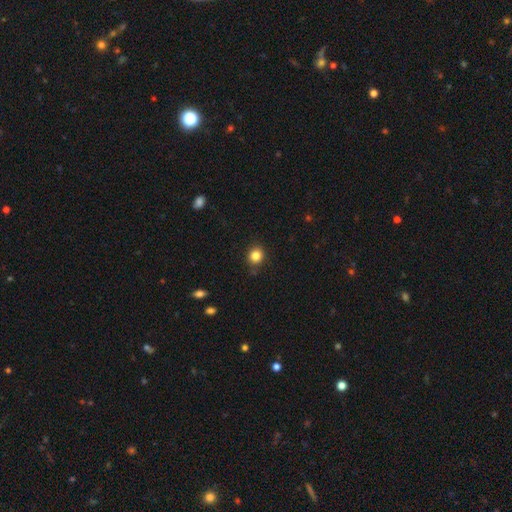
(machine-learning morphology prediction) Smooth or featured?
  - smooth: 83% *
  - star or artifact: 11%
  - featured or disk: 5%
How rounded?
  - round: 80% *
  - in between: 19%
  - cigar-shaped: 1%
Merging?
  - none: 85% *
  - minor disturbance: 11%
  - major disturbance: 2%
  - merger: 2%